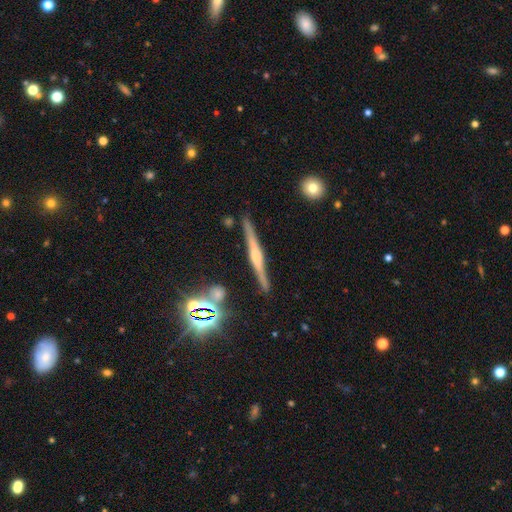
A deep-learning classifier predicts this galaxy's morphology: Smooth or featured? featured or disk (74%)
Edge-on disk? yes (98%)
Edge-on bulge? rounded (62%)
Merging? none (88%)